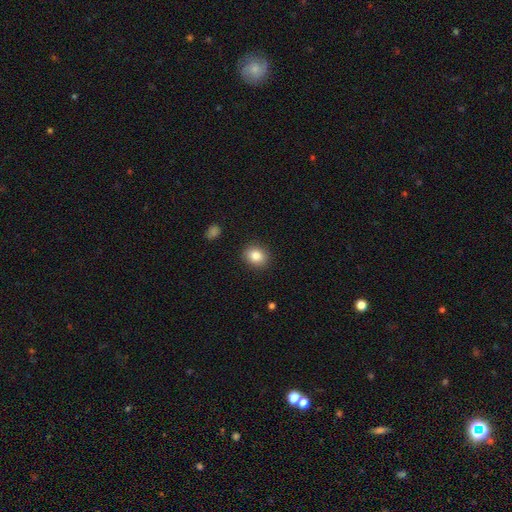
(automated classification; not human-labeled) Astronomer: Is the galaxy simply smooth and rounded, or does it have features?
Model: smooth — 85%.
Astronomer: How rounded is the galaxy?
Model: round — 62% (runner-up: in between, 37%).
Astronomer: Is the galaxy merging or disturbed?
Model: none — 89%.